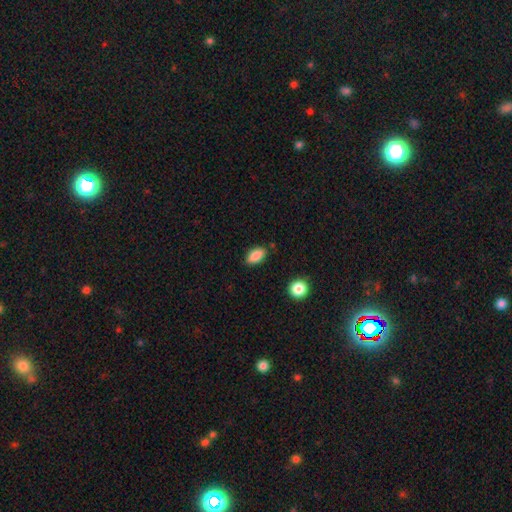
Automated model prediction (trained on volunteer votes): smooth 87%, star or artifact 8%, featured or disk 5%. Down the decision tree: how rounded — in between (91%); merging — none (83%).